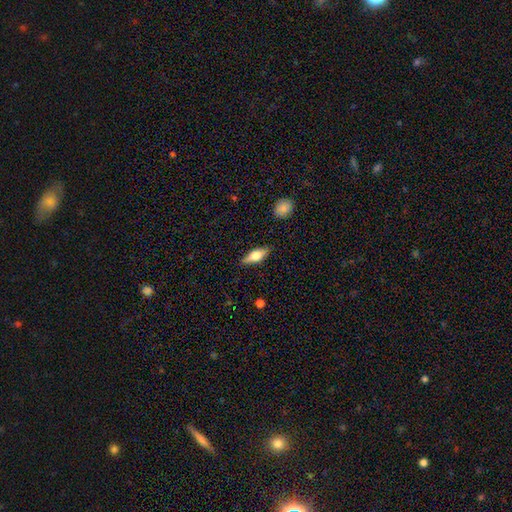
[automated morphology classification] Smooth or featured: smooth — 59% (featured or disk — 35%)
How rounded: in between — 66% (cigar-shaped — 30%)
Merging: none — 85% (minor disturbance — 11%)